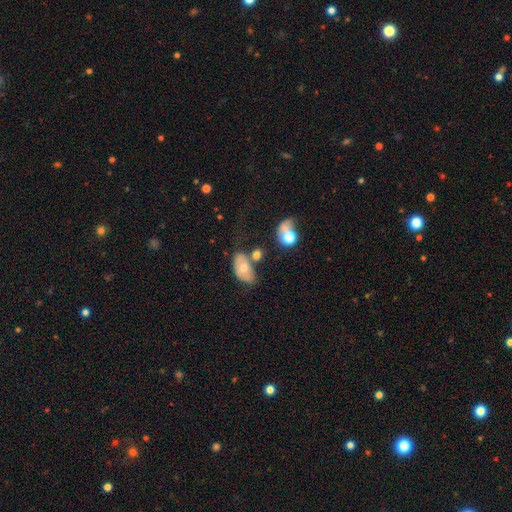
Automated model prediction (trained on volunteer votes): This appears to be a smooth galaxy with no disk features (45%). Merging: none (41%).